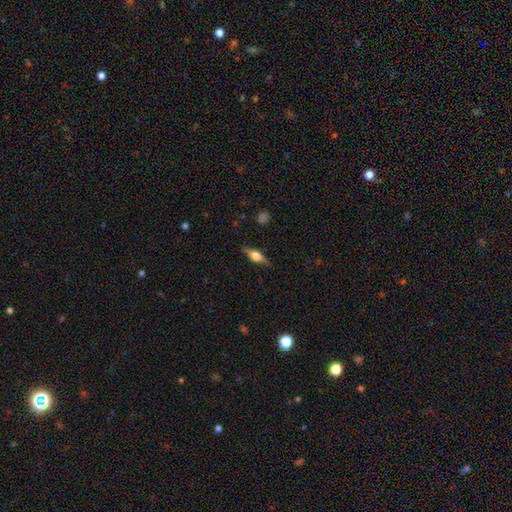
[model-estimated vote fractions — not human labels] A featured or disk galaxy (56%) viewed edge-on (95%) with a rounded central bulge (89%). Merging: none (83%).